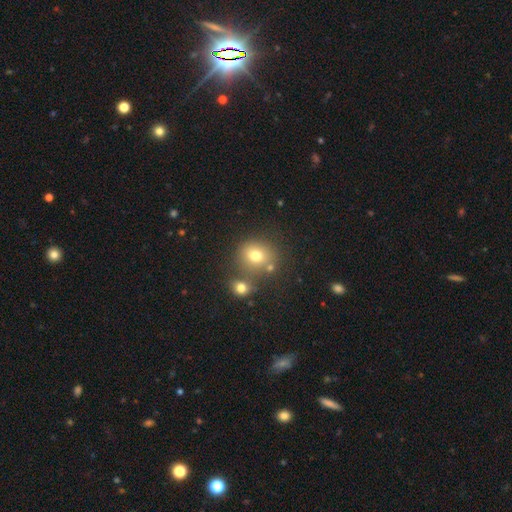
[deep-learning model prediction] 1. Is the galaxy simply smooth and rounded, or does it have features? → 74% smooth, 15% star or artifact, 11% featured or disk.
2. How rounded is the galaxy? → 77% round, 22% in between, 1% cigar-shaped.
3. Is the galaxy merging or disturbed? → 63% none, 22% merger, 11% minor disturbance, 4% major disturbance.